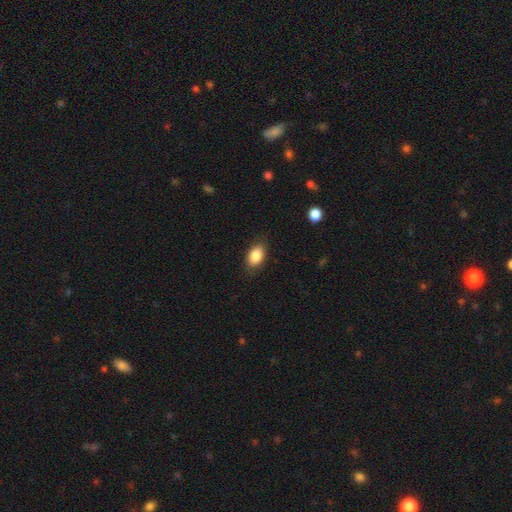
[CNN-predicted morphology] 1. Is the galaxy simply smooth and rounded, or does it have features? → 86% smooth, 7% star or artifact, 6% featured or disk.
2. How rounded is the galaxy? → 88% in between, 10% round, 2% cigar-shaped.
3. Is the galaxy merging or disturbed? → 84% none, 12% minor disturbance, 3% major disturbance, 1% merger.